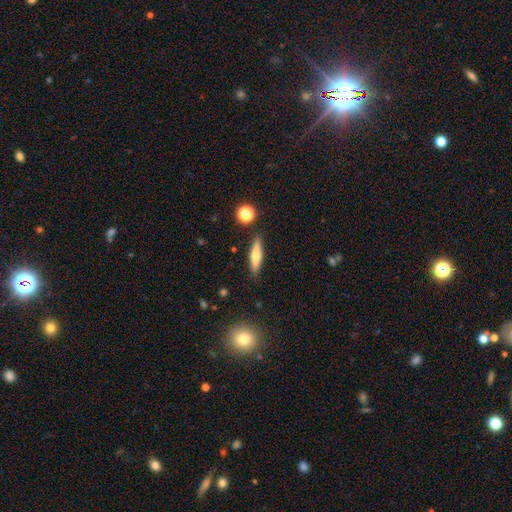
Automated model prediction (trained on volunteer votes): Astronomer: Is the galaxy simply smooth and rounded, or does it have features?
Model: smooth — 56% (runner-up: featured or disk, 37%).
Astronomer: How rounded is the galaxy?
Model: cigar-shaped — 73%.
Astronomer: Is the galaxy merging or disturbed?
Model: none — 86%.